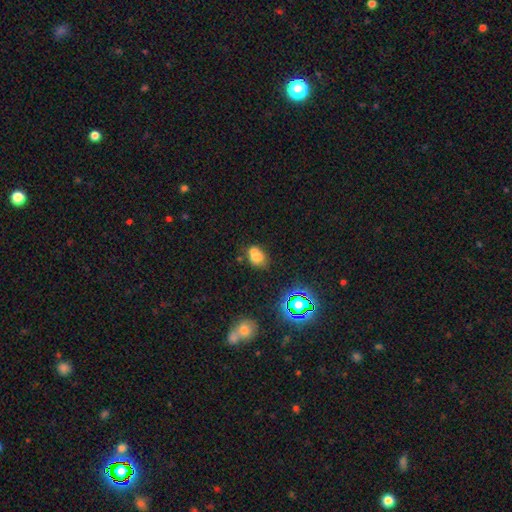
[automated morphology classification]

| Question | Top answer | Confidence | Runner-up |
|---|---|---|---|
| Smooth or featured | smooth | 68% | star or artifact (17%) |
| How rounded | in between | 62% | round (36%) |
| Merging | none | 40% | merger (36%) |